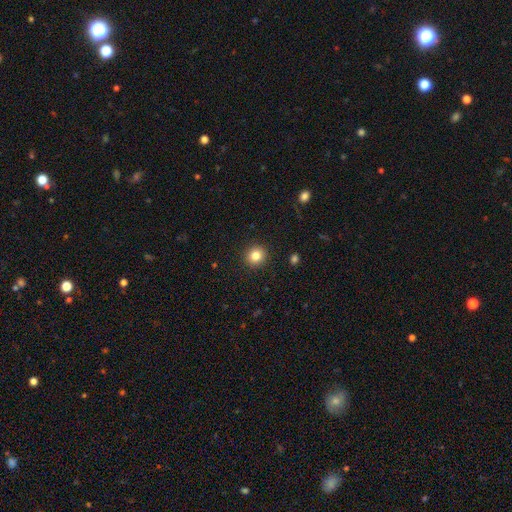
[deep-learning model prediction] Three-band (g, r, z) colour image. It shows a smooth galaxy with no disk features (83%) that is round (91%). Merging: none (92%).